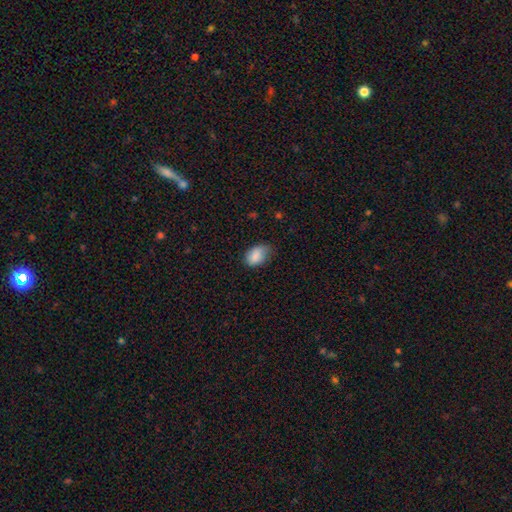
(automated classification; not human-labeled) Smooth or featured?
  - smooth: 86% *
  - star or artifact: 8%
  - featured or disk: 6%
How rounded?
  - in between: 84% *
  - round: 14%
  - cigar-shaped: 1%
Merging?
  - none: 59% *
  - minor disturbance: 33%
  - major disturbance: 7%
  - merger: 1%